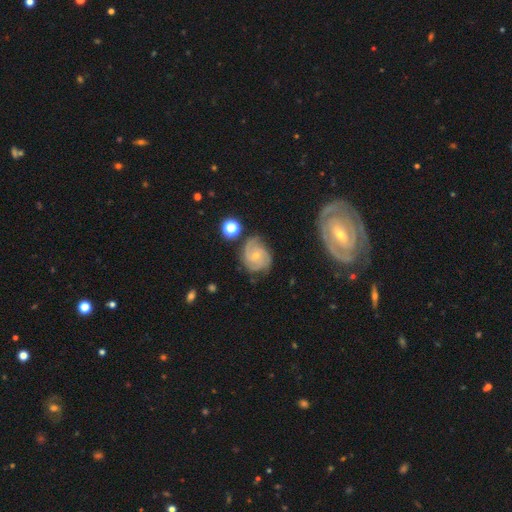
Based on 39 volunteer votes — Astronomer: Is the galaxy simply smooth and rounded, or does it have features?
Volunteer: featured or disk — 90%.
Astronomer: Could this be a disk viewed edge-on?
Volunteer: no — 97%.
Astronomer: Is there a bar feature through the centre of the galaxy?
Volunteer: no — 56% (runner-up: weak, 41%).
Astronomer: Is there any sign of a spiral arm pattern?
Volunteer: yes — 100%.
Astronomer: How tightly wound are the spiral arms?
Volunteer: medium — 74%.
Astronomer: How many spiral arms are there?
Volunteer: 3 — 47% (runner-up: 2, 35%).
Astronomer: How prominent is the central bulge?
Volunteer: moderate — 53% (runner-up: small, 47%).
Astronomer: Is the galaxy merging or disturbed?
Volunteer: none — 56%.